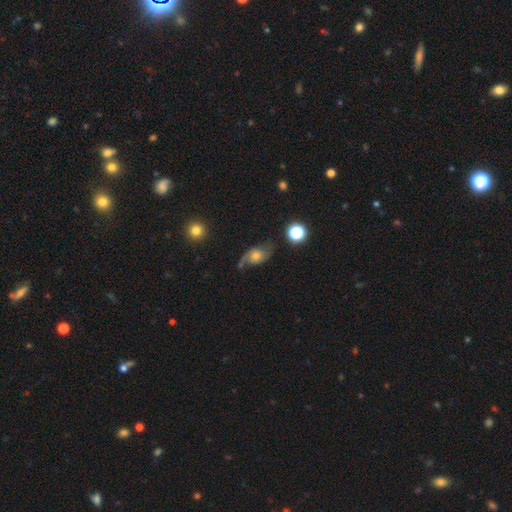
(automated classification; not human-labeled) smooth_or_featured: featured or disk (p=0.60) [alt: smooth p=0.29]
disk_edge_on: no (p=0.94) [alt: yes p=0.06]
bar: no (p=0.74) [alt: weak p=0.23]
has_spiral_arms: yes (p=0.88) [alt: no p=0.12]
bulge_size: moderate (p=0.54) [alt: small p=0.21]
merging: none (p=0.51) [alt: minor disturbance p=0.27]